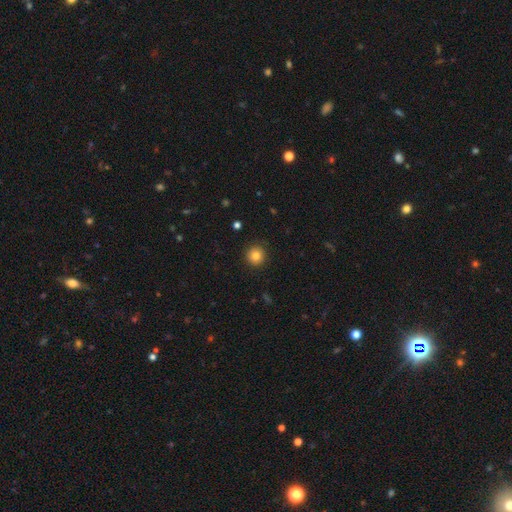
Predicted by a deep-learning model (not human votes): Overall: smooth (83%). How rounded: round (94%). Merging: none (92%).